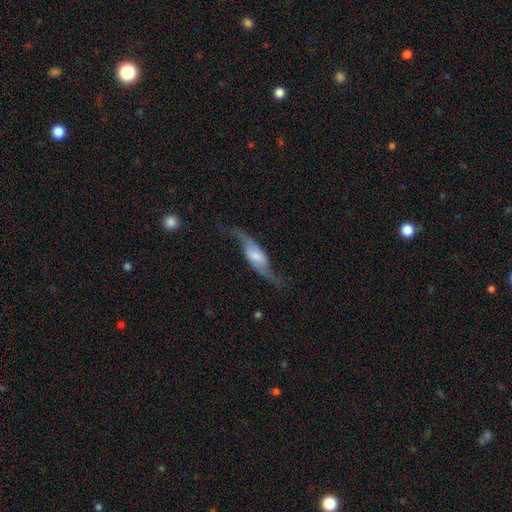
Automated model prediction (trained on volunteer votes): Smooth or featured?
  - featured or disk: 74% *
  - smooth: 20%
  - star or artifact: 6%
Edge-on disk?
  - no: 80% *
  - yes: 20%
Bar?
  - no: 42% *
  - weak: 38%
  - strong: 20%
Spiral arms?
  - yes: 92% *
  - no: 8%
Spiral winding?
  - loose: 84% *
  - medium: 13%
  - tight: 4%
Spiral arm count?
  - 2: 92% *
  - can't tell: 3%
  - 1: 2%
  - 3: 1%
  - 4: 1%
  - more than 4: 1%
Bulge size?
  - small: 36% *
  - moderate: 32%
  - none: 15%
  - large: 13%
  - dominant: 4%
Merging?
  - none: 65% *
  - minor disturbance: 19%
  - major disturbance: 14%
  - merger: 2%